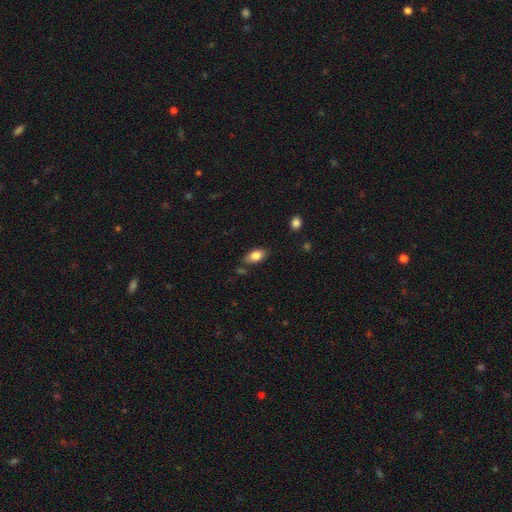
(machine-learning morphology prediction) Smooth or featured: smooth — 82% (featured or disk — 11%)
How rounded: in between — 90% (round — 6%)
Merging: none — 78% (minor disturbance — 15%)